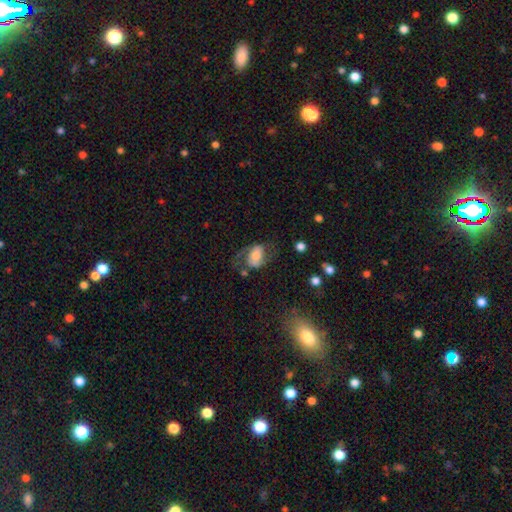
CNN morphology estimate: Q: Smooth or featured?
A: featured or disk (60%); runner-up: smooth (33%)
Q: Edge-on disk?
A: no (96%); runner-up: yes (4%)
Q: Bar?
A: no (39%); runner-up: weak (37%)
Q: Spiral arms?
A: yes (83%); runner-up: no (17%)
Q: Bulge size?
A: moderate (49%); runner-up: small (25%)
Q: Merging?
A: none (55%); runner-up: major disturbance (21%)